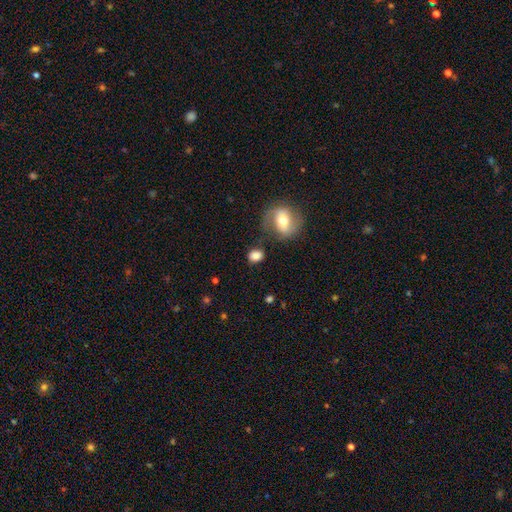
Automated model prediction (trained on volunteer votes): Smooth or featured? Predicted: smooth (p=0.80). How rounded? Predicted: in between (p=0.59). Merging? Predicted: none (p=0.71).